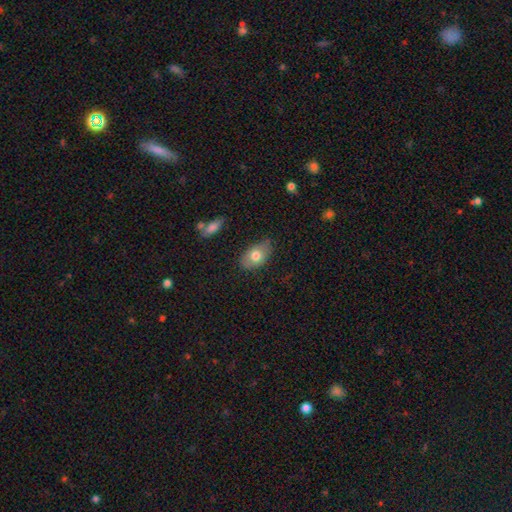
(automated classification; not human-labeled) Q: Smooth or featured?
A: smooth (72%); runner-up: featured or disk (21%)
Q: How rounded?
A: in between (88%); runner-up: round (10%)
Q: Merging?
A: none (69%); runner-up: minor disturbance (25%)